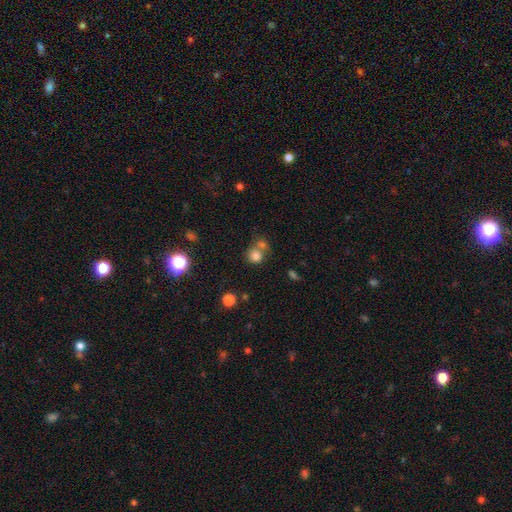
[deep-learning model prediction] A smooth galaxy with no disk features (78%) that is round (84%). Merging: none (46%).